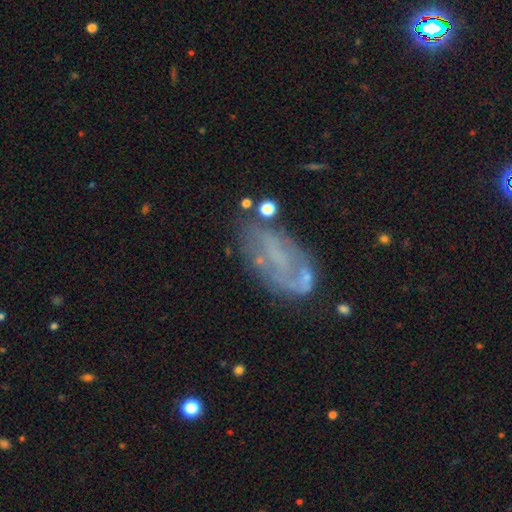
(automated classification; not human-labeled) This is possibly a featured or disk galaxy (59%). It is clearly not viewed edge-on (93%). Bar: likely no (64%). Spiral arm pattern: possibly no (60%). Central bulge: likely none (66%). Merging: possibly none (50%).